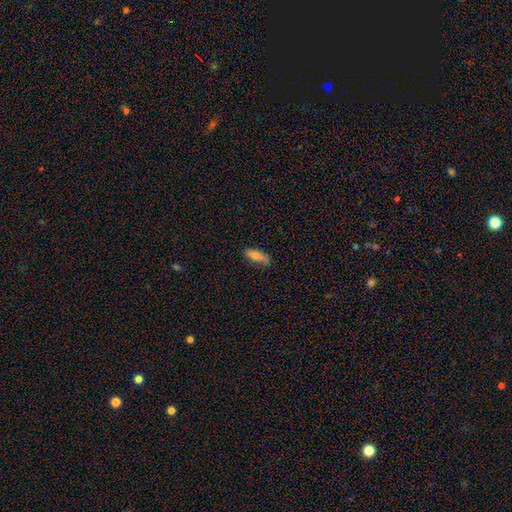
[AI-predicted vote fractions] This is likely a smooth galaxy (75%). How rounded: likely in between (61%). Merging: clearly none (81%).